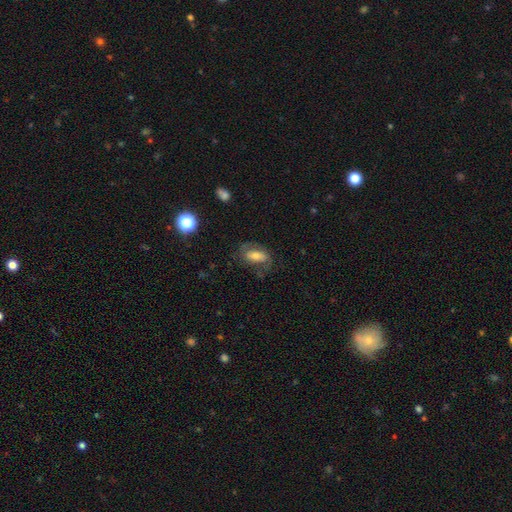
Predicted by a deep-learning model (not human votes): A featured or disk galaxy (50%).

Vote fractions:
- Smooth or featured? featured or disk: 50% / smooth: 41% / star or artifact: 9%
- Merging? none: 60% / minor disturbance: 20% / major disturbance: 17% / merger: 2%